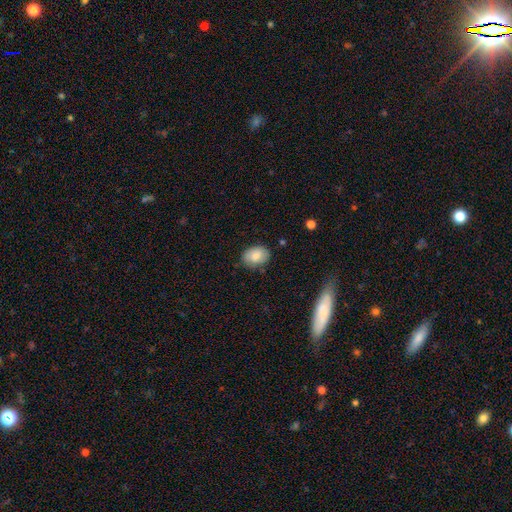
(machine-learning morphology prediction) Overall: smooth (82%). How rounded: in between (73%). Merging: none (75%).